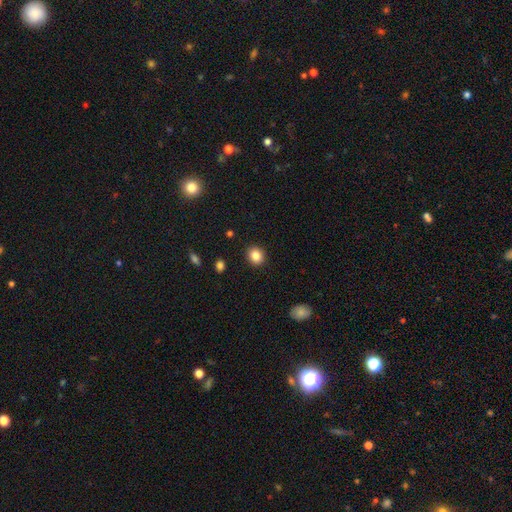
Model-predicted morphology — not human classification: smooth-or-featured: smooth: 85% | star or artifact: 10% | featured or disk: 5%
  how-rounded: round: 75% | in between: 24% | cigar-shaped: 1%
  merging: none: 91% | minor disturbance: 6% | major disturbance: 2% | merger: 1%